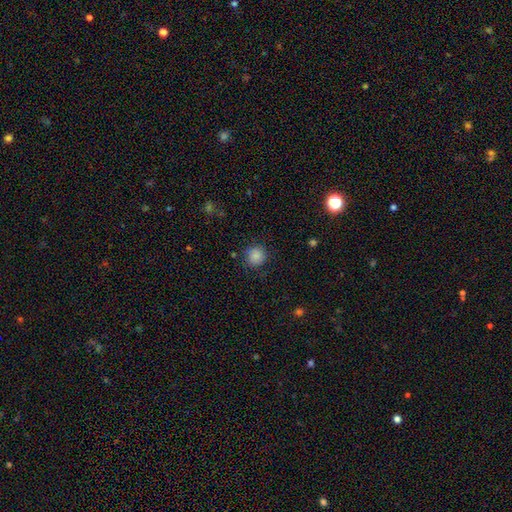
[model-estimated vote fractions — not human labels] Smooth or featured: smooth — 86% (star or artifact — 10%)
How rounded: round — 92% (in between — 7%)
Merging: none — 85% (minor disturbance — 10%)